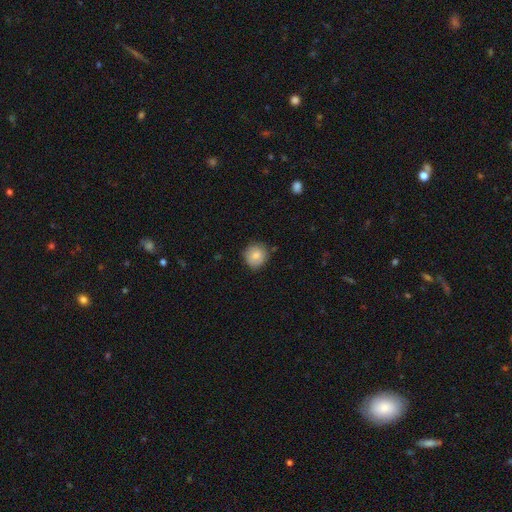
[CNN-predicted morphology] A smooth galaxy with no disk features (80%) that is round (89%).

Vote fractions:
- Smooth or featured? smooth: 80% / featured or disk: 12% / star or artifact: 8%
- How rounded? round: 89% / in between: 10% / cigar-shaped: 1%
- Merging? none: 80% / minor disturbance: 16% / major disturbance: 3% / merger: 2%